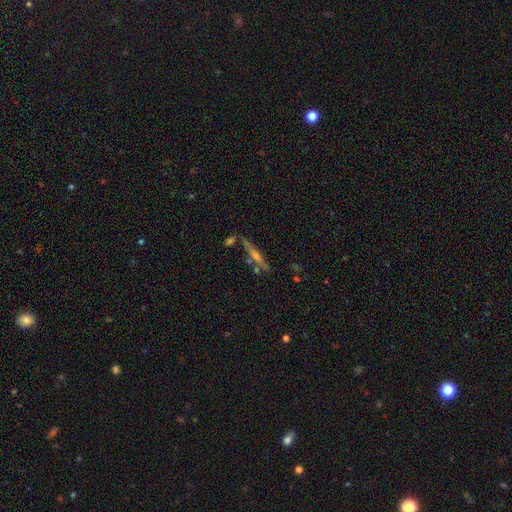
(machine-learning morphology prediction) Smooth or featured?
  - featured or disk: 64% *
  - smooth: 26%
  - star or artifact: 10%
Edge-on disk?
  - yes: 93% *
  - no: 7%
Edge-on bulge?
  - rounded: 66% *
  - none: 24%
  - boxy: 10%
Merging?
  - none: 74% *
  - minor disturbance: 12%
  - merger: 10%
  - major disturbance: 4%